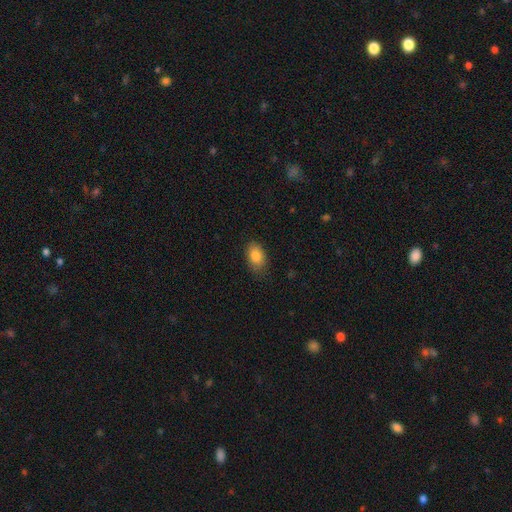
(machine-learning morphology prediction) type=smooth (84%); roundness=in between (89%); merging=none (82%).